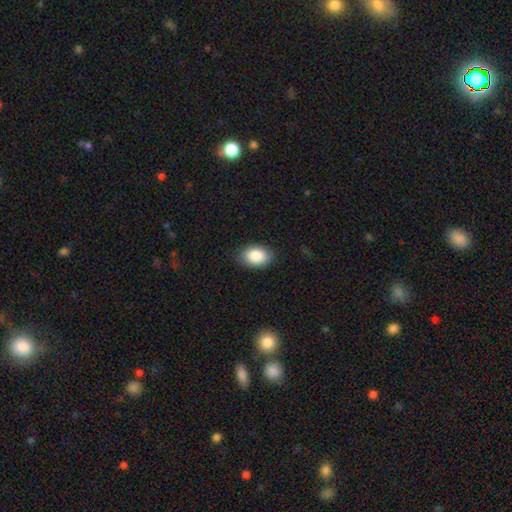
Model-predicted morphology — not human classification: Smooth or featured?
  - smooth: 87% *
  - star or artifact: 7%
  - featured or disk: 6%
How rounded?
  - in between: 85% *
  - round: 14%
  - cigar-shaped: 1%
Merging?
  - none: 85% *
  - minor disturbance: 12%
  - major disturbance: 3%
  - merger: 1%